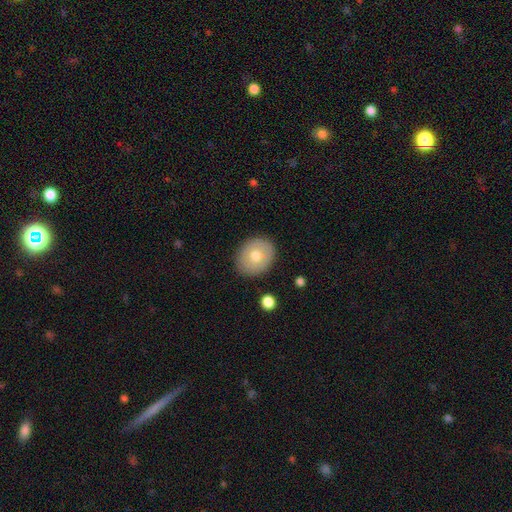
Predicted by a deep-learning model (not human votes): Smooth or featured? Predicted: smooth (p=0.70). How rounded? Predicted: round (p=0.59). Merging? Predicted: none (p=0.86).